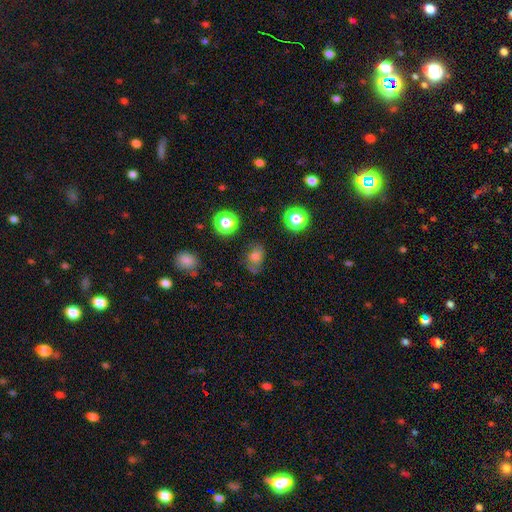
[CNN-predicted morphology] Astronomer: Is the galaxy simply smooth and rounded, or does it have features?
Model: smooth — 67%.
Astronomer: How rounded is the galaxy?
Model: in between — 60% (runner-up: round, 38%).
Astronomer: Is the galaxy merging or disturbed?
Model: none — 56%.